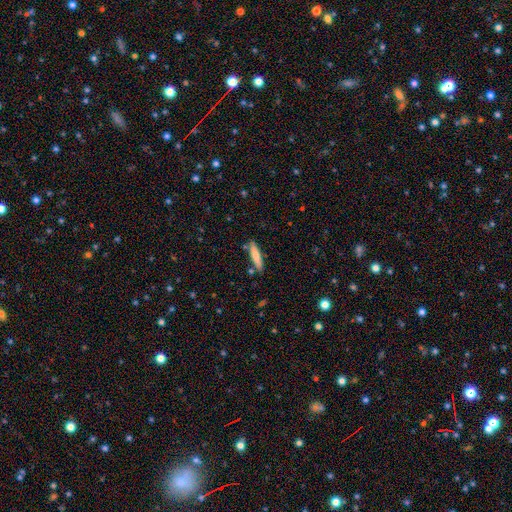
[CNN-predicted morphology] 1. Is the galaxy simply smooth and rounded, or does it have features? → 76% smooth, 18% featured or disk, 6% star or artifact.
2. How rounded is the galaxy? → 84% cigar-shaped, 15% in between, 1% round.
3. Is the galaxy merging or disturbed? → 83% none, 11% minor disturbance, 4% merger, 2% major disturbance.